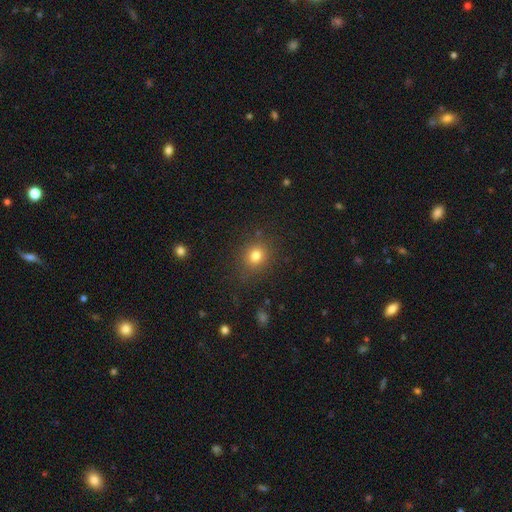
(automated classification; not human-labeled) This appears to be a smooth galaxy with no disk features (79%) that is round (76%). Merging: none (83%).